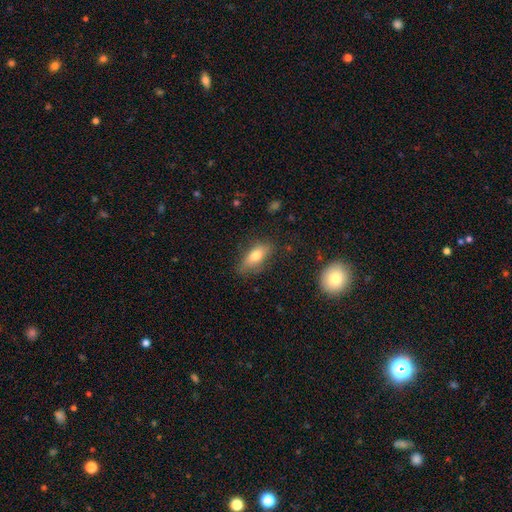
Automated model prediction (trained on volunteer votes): Smooth or featured: smooth — 70% (featured or disk — 22%)
How rounded: in between — 75% (cigar-shaped — 21%)
Merging: none — 77% (minor disturbance — 17%)